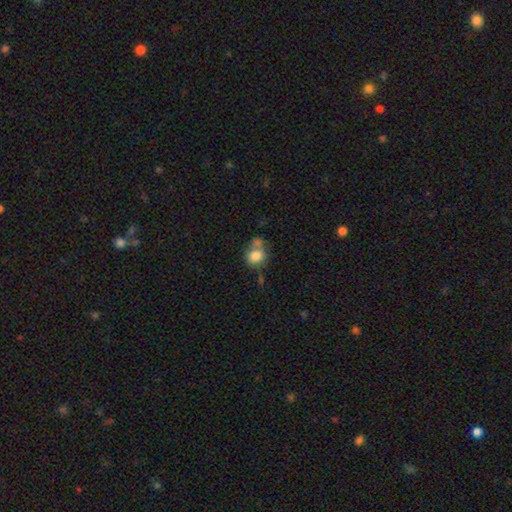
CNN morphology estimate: type=smooth (81%); roundness=round (62%); merging=none (41%).